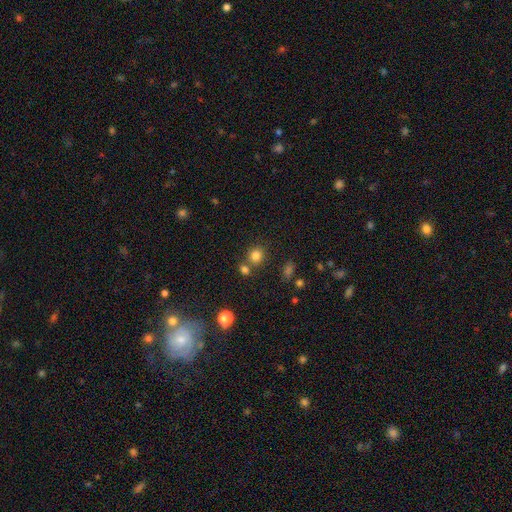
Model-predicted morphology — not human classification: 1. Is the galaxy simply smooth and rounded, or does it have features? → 81% smooth, 13% star or artifact, 6% featured or disk.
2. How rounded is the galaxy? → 80% round, 19% in between, 1% cigar-shaped.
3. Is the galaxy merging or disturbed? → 68% none, 19% merger, 9% minor disturbance, 3% major disturbance.